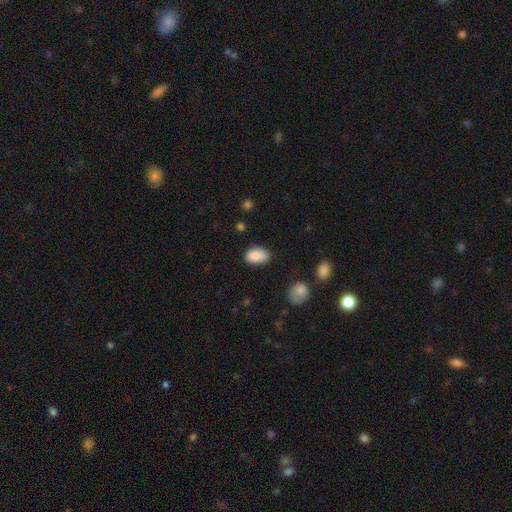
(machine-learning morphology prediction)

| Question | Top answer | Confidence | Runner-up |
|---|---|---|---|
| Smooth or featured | smooth | 88% | star or artifact (7%) |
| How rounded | in between | 91% | round (8%) |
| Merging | none | 75% | minor disturbance (20%) |